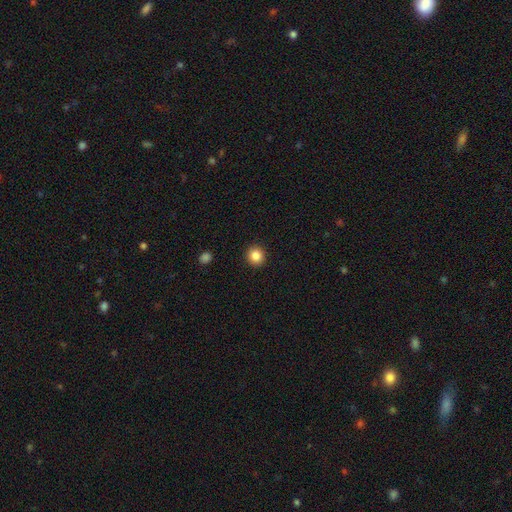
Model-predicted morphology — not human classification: A smooth galaxy with no disk features (85%) that is round (91%).

Vote fractions:
- Smooth or featured? smooth: 85% / star or artifact: 10% / featured or disk: 5%
- How rounded? round: 91% / in between: 9% / cigar-shaped: 1%
- Merging? none: 93% / minor disturbance: 5% / major disturbance: 2% / merger: 1%